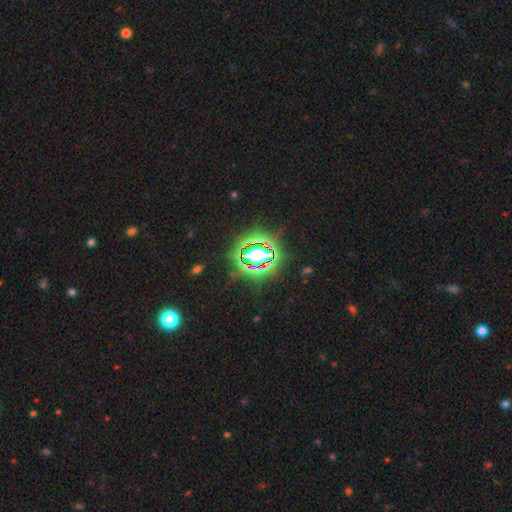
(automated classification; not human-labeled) The model was most divided on "smooth or featured": star or artifact: 73%, smooth: 17%, featured or disk: 11%.